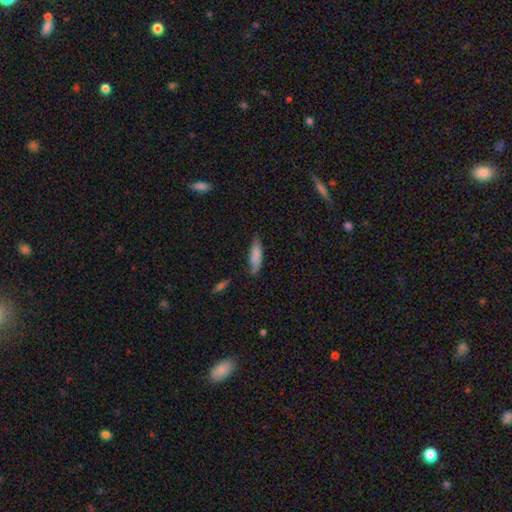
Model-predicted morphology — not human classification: Q: Smooth or featured?
A: smooth (81%); runner-up: featured or disk (13%)
Q: How rounded?
A: cigar-shaped (51%); runner-up: in between (47%)
Q: Merging?
A: none (73%); runner-up: minor disturbance (21%)